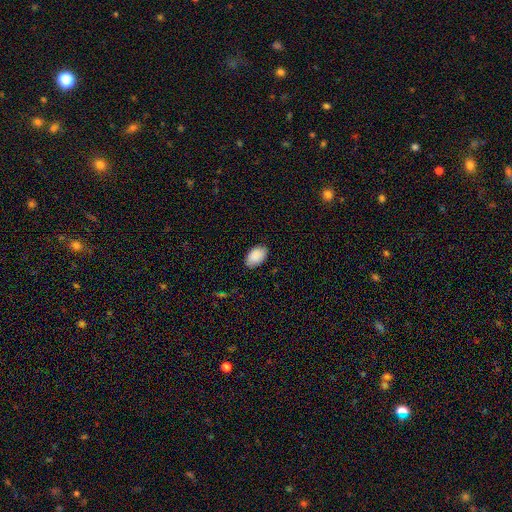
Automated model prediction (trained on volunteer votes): Morphology: type=smooth (89%); roundness=in between (92%); merging=none (83%).